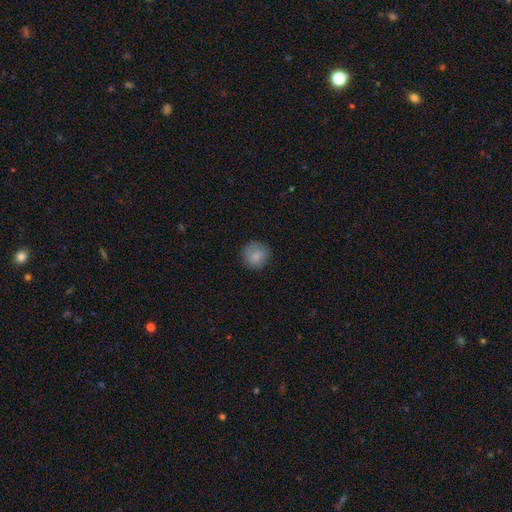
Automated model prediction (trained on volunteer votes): The model was most divided on "merging": none: 80%, minor disturbance: 15%, major disturbance: 4%, merger: 1%. More confident: how rounded — round (90%); smooth or featured — smooth (82%).